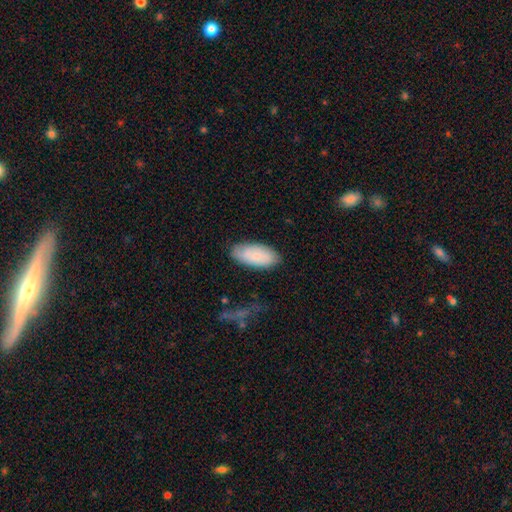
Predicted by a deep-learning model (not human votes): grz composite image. It shows a smooth galaxy with no disk features (78%) that is in between round and cigar-shaped (92%). Merging: none (80%).